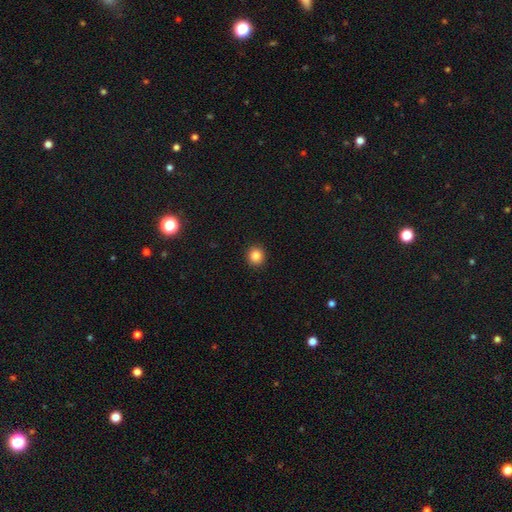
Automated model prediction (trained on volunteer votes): smooth_or_featured: smooth (p=0.85) [alt: star or artifact p=0.10]
how_rounded: round (p=0.90) [alt: in between p=0.09]
merging: none (p=0.92) [alt: minor disturbance p=0.05]